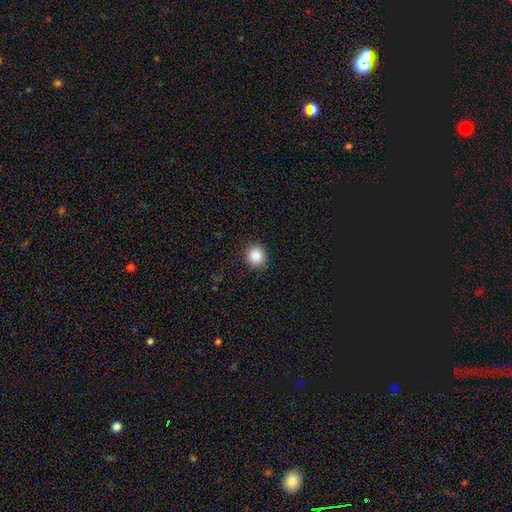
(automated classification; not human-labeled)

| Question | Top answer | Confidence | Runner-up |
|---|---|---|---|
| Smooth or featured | smooth | 84% | star or artifact (10%) |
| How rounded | round | 89% | in between (10%) |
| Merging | none | 90% | minor disturbance (7%) |